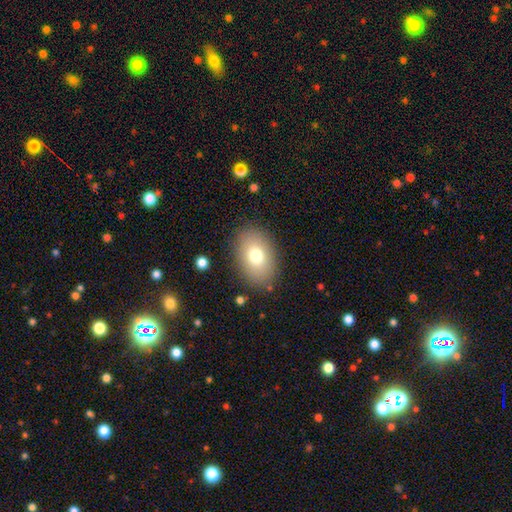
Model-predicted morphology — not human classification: Smooth or featured: smooth — 75% (featured or disk — 16%)
How rounded: in between — 85% (round — 14%)
Merging: none — 85% (minor disturbance — 10%)